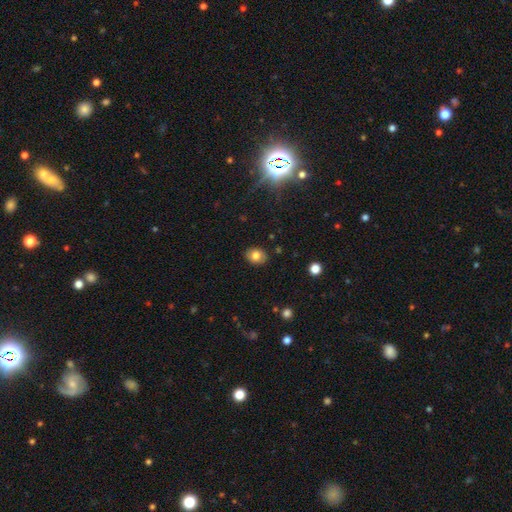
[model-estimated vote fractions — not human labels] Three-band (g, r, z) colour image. It shows a smooth galaxy with no disk features (77%) that is in between round and cigar-shaped (52%). Merging: none (88%).